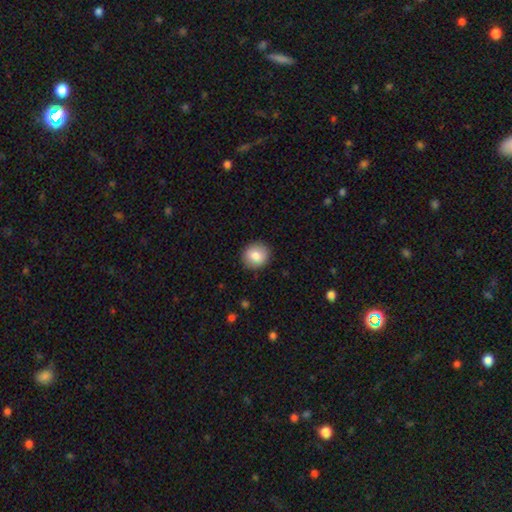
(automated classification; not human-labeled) Smooth or featured? Predicted: smooth (p=0.83). How rounded? Predicted: round (p=0.87). Merging? Predicted: none (p=0.90).